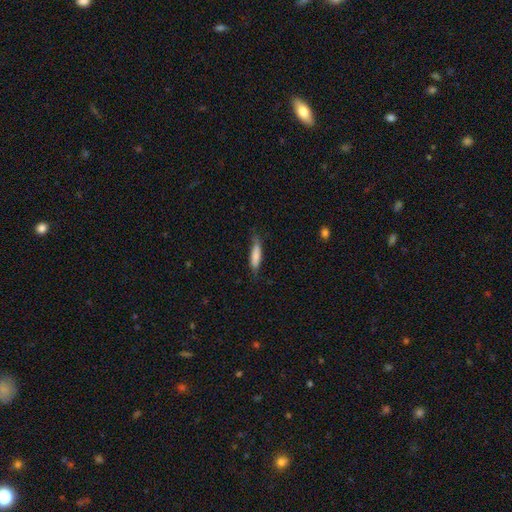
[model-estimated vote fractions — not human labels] A smooth galaxy with no disk features (78%) that is cigar-shaped (73%). Merging: none (67%).